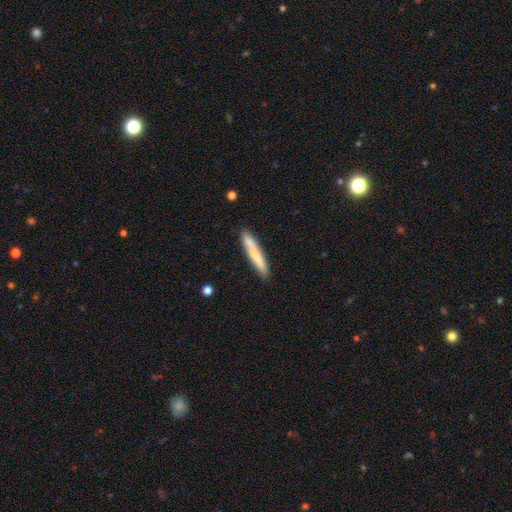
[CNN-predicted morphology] smooth_or_featured: smooth (p=0.69) [alt: featured or disk p=0.25]
how_rounded: cigar-shaped (p=0.93) [alt: in between p=0.06]
merging: none (p=0.79) [alt: minor disturbance p=0.13]